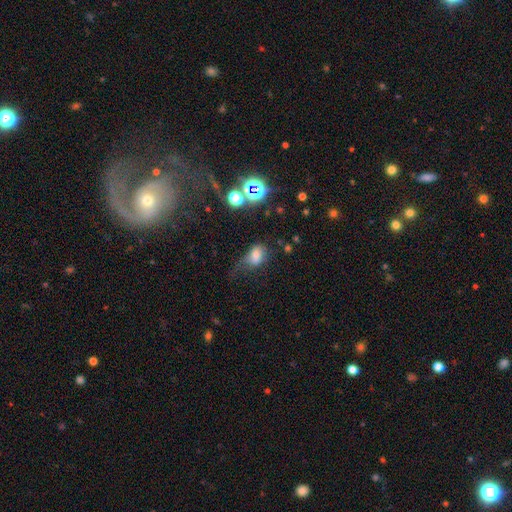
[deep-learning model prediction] Smooth or featured? smooth (68%)
How rounded? in between (71%)
Merging? none (33%)